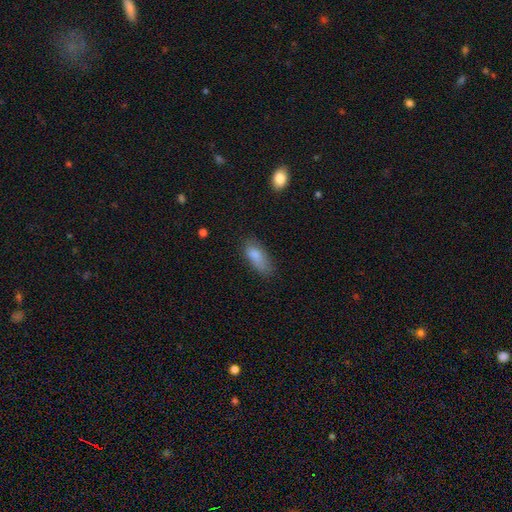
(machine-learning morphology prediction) A smooth galaxy with no disk features (83%) that is in between round and cigar-shaped (80%). Merging: none (56%).